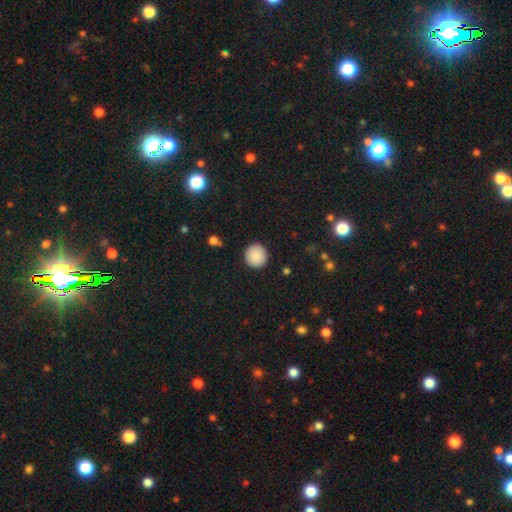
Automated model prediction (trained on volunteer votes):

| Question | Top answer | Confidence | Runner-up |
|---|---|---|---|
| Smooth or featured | smooth | 89% | star or artifact (8%) |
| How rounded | round | 95% | in between (5%) |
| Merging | none | 92% | minor disturbance (6%) |